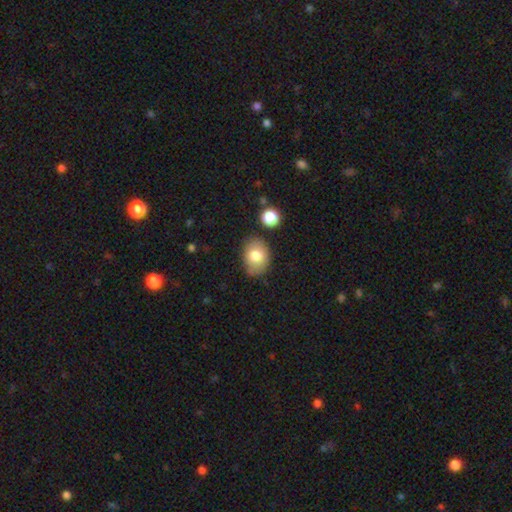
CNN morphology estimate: A smooth galaxy with no disk features (80%) that is in between round and cigar-shaped (68%). Merging: none (74%).